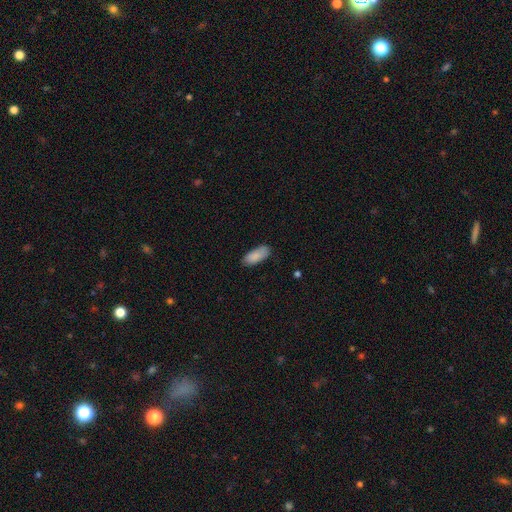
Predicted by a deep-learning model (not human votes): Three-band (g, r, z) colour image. It shows a smooth galaxy with no disk features (88%) that is in between round and cigar-shaped (84%). Merging: none (80%).